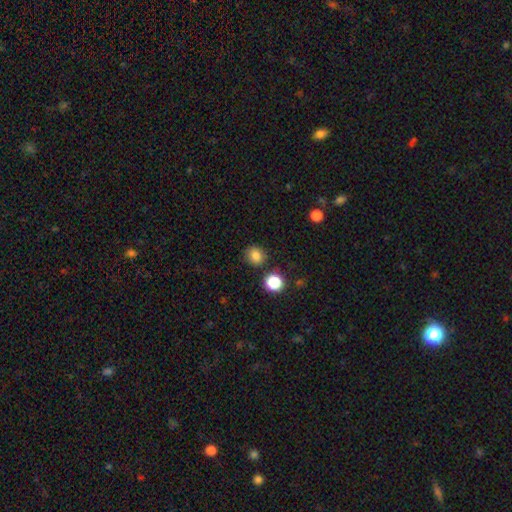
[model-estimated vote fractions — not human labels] Smooth or featured? smooth (82%)
How rounded? round (84%)
Merging? none (84%)